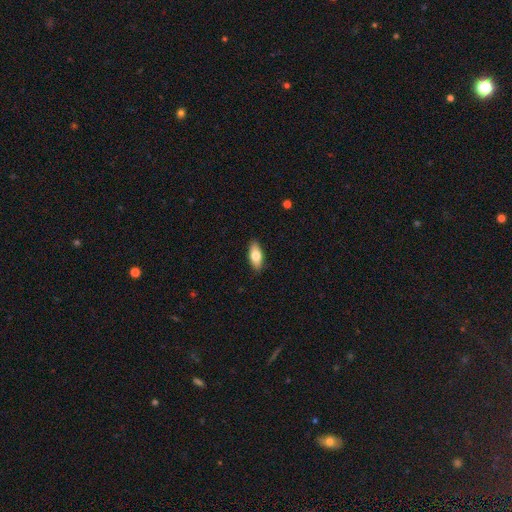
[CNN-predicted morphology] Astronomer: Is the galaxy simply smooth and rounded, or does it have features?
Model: smooth — 74%.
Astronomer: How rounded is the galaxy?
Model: in between — 83%.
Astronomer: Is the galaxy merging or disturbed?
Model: none — 89%.